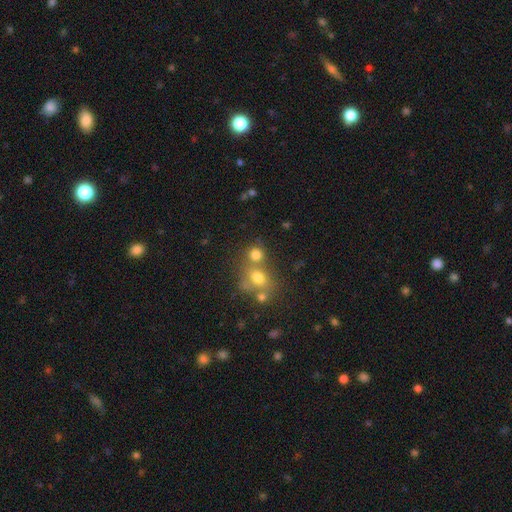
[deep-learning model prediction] A smooth galaxy with no disk features (69%) that is round (70%).

Vote fractions:
- Smooth or featured? smooth: 69% / star or artifact: 18% / featured or disk: 13%
- How rounded? round: 70% / in between: 29% / cigar-shaped: 1%
- Merging? none: 46% / merger: 40% / minor disturbance: 9% / major disturbance: 5%